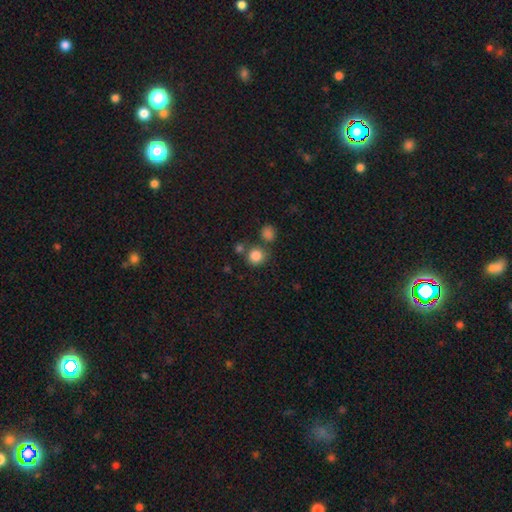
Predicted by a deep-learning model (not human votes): A smooth galaxy with no disk features (83%) that is round (89%). Merging: none (68%).